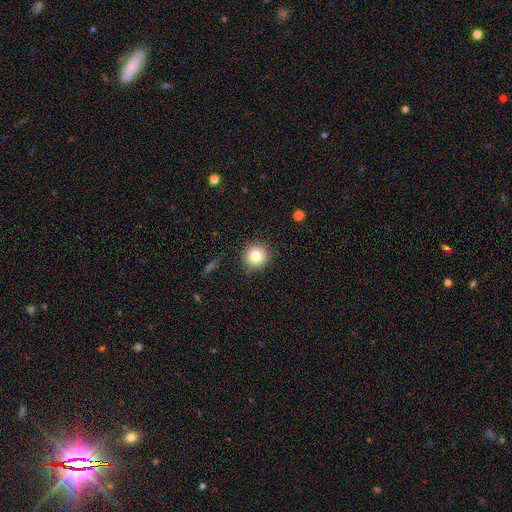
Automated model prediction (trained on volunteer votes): Smooth or featured? smooth (80%)
How rounded? round (95%)
Merging? none (88%)